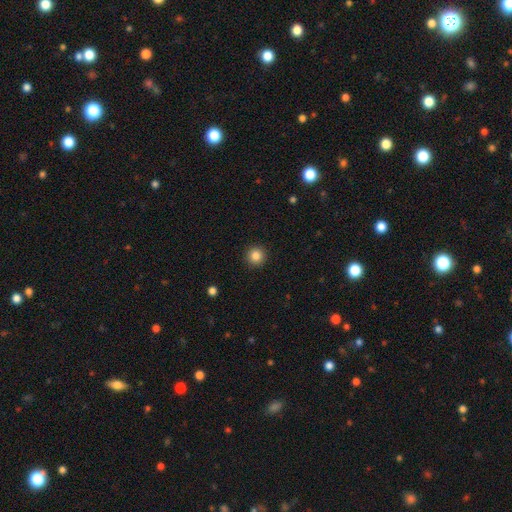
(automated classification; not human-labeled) This appears to be a smooth galaxy with no disk features (85%) that is round (96%). Merging: none (93%).